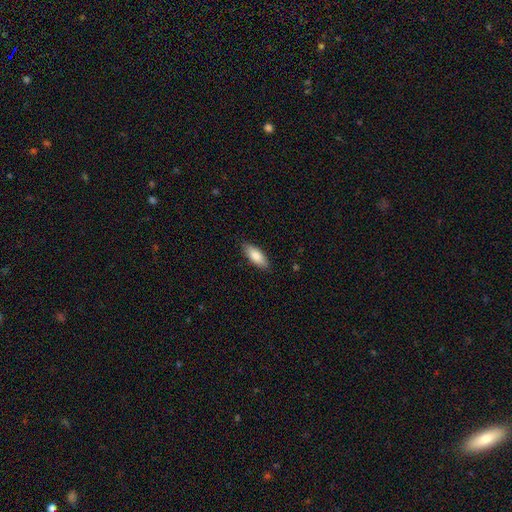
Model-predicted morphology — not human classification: Smooth or featured? Predicted: smooth (p=0.84). How rounded? Predicted: in between (p=0.76). Merging? Predicted: none (p=0.87).